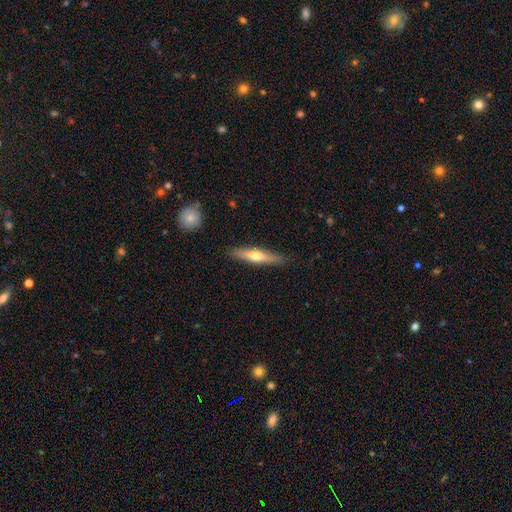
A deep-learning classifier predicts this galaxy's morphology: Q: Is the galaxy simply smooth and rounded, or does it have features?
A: featured or disk — 47%, tied with smooth.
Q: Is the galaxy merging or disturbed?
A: none — 88%.